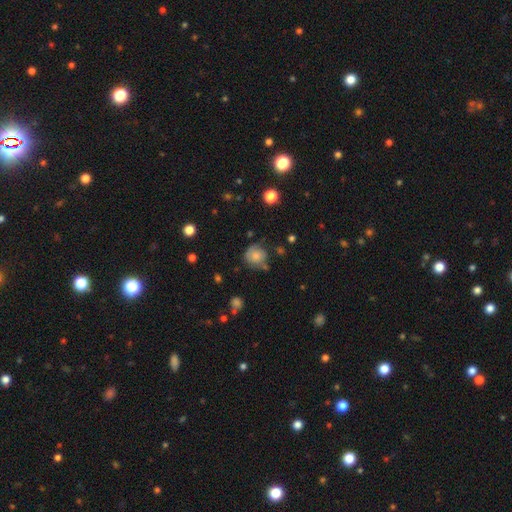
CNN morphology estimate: The model was most divided on "merging": none: 61%, minor disturbance: 24%, major disturbance: 9%, merger: 6%. More confident: how rounded — round (84%); smooth or featured — smooth (72%).